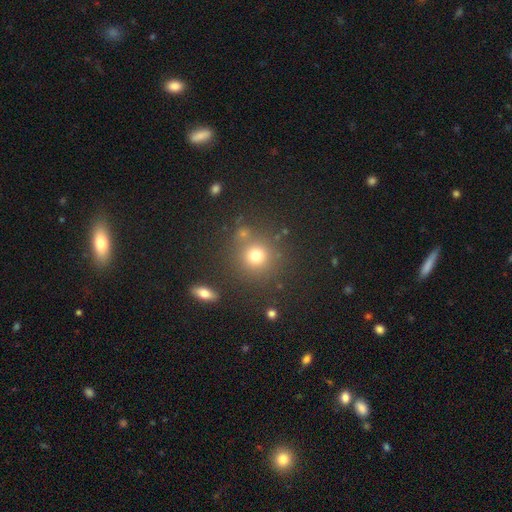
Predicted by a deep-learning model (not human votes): Smooth or featured? Predicted: smooth (p=0.74). How rounded? Predicted: round (p=0.91). Merging? Predicted: none (p=0.78).